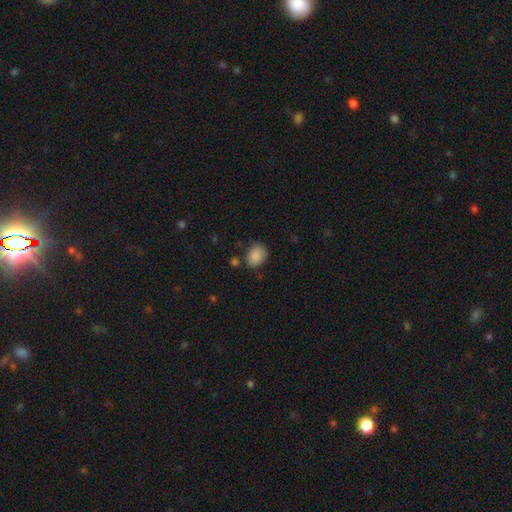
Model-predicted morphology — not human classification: smooth_or_featured: smooth (p=0.87) [alt: star or artifact p=0.08]
how_rounded: in between (p=0.63) [alt: round p=0.37]
merging: none (p=0.72) [alt: minor disturbance p=0.19]